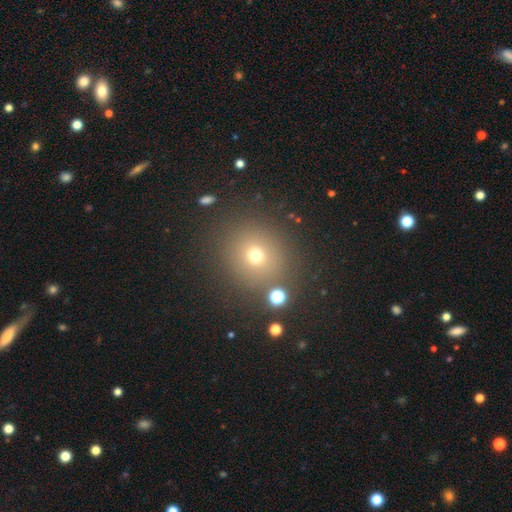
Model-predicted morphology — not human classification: Smooth or featured: smooth — 67% (star or artifact — 22%)
How rounded: round — 87% (in between — 12%)
Merging: none — 84% (minor disturbance — 8%)